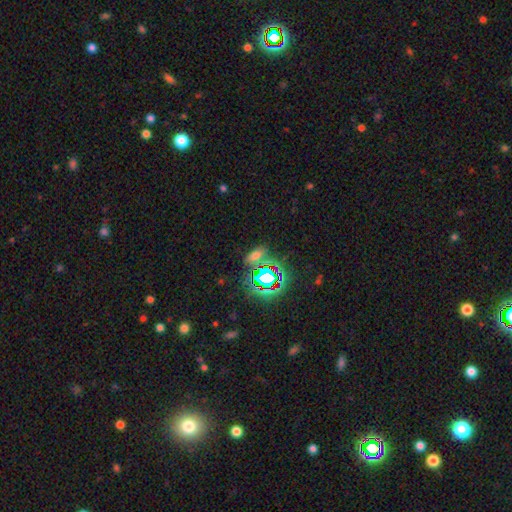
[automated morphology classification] smooth-or-featured: star or artifact: 44% | smooth: 43% | featured or disk: 13%